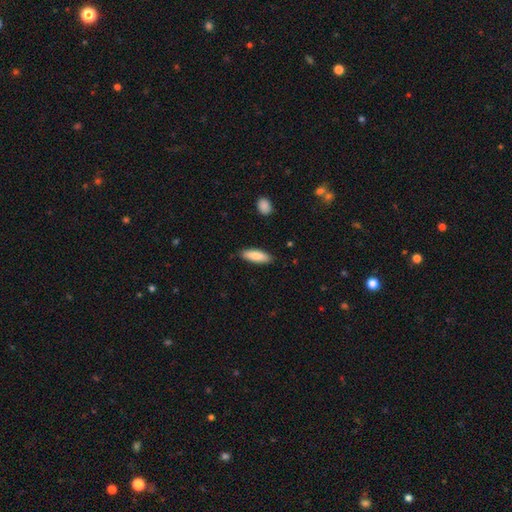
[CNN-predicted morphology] This is clearly a smooth galaxy (82%). How rounded: possibly in between (57%). Merging: clearly none (87%).